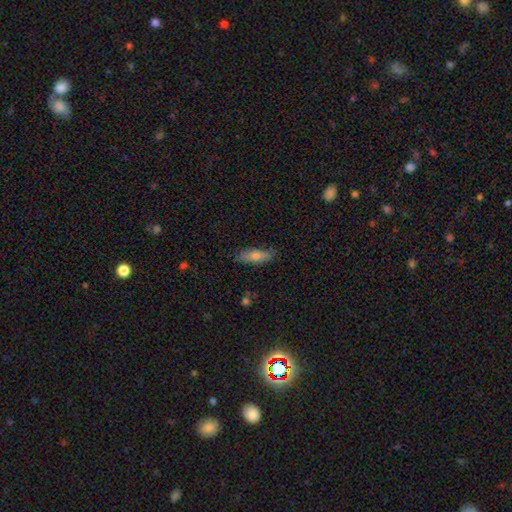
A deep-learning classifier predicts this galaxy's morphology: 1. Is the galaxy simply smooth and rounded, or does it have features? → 64% smooth, 27% featured or disk, 9% star or artifact.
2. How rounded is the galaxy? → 56% cigar-shaped, 41% in between, 3% round.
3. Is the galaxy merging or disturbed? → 85% none, 12% minor disturbance, 2% major disturbance, 1% merger.